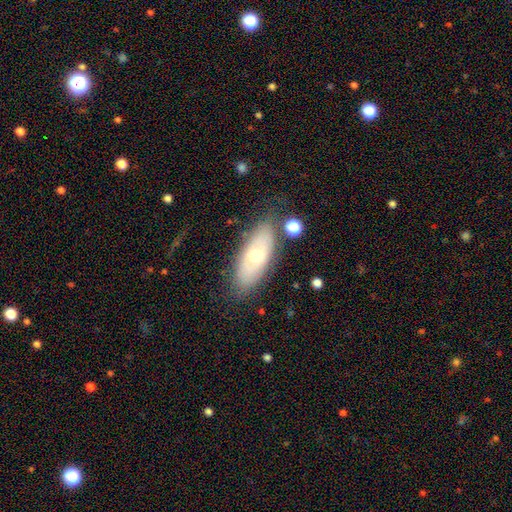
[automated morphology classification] smooth_or_featured: smooth (p=0.51) [alt: featured or disk p=0.42]
how_rounded: in between (p=0.79) [alt: cigar-shaped p=0.18]
merging: none (p=0.76) [alt: minor disturbance p=0.15]